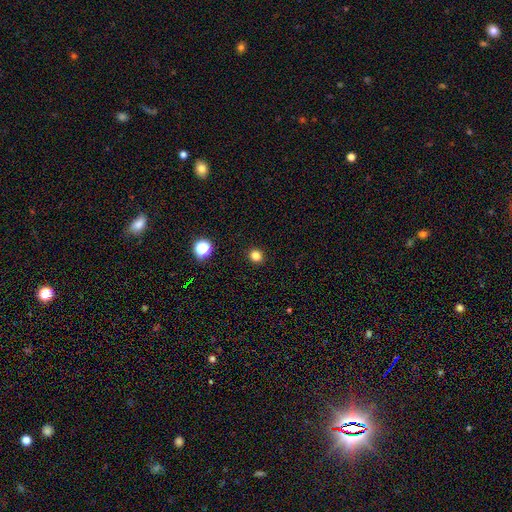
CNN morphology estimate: smooth_or_featured: smooth (p=0.81) [alt: star or artifact p=0.14]
how_rounded: round (p=0.84) [alt: in between p=0.15]
merging: none (p=0.92) [alt: minor disturbance p=0.05]